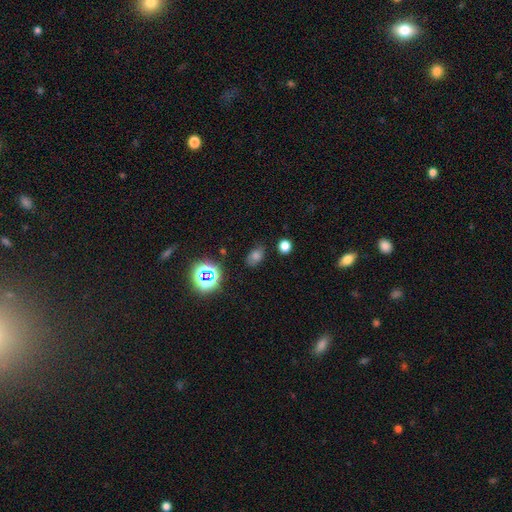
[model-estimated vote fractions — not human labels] Overall: smooth (57%; star or artifact 30%). How rounded: in between (75%). Merging: none (78%).